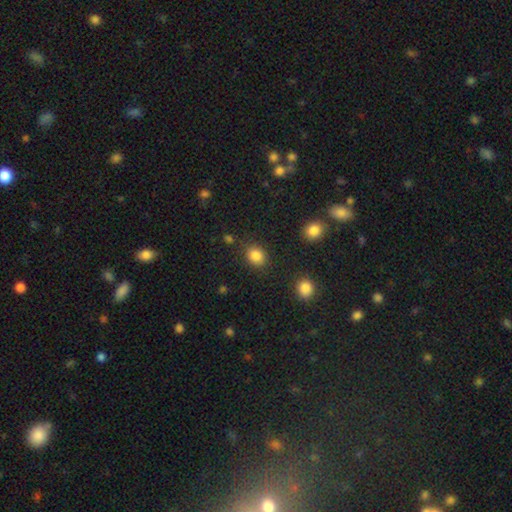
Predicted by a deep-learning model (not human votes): Q: Smooth or featured?
A: smooth (85%); runner-up: star or artifact (11%)
Q: How rounded?
A: round (62%); runner-up: in between (37%)
Q: Merging?
A: none (84%); runner-up: minor disturbance (10%)